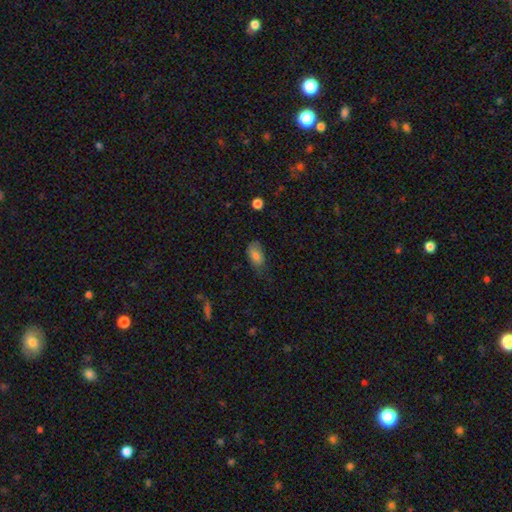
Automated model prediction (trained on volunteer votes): Q: Smooth or featured?
A: smooth (79%); runner-up: featured or disk (13%)
Q: How rounded?
A: in between (91%); runner-up: round (6%)
Q: Merging?
A: none (57%); runner-up: minor disturbance (32%)